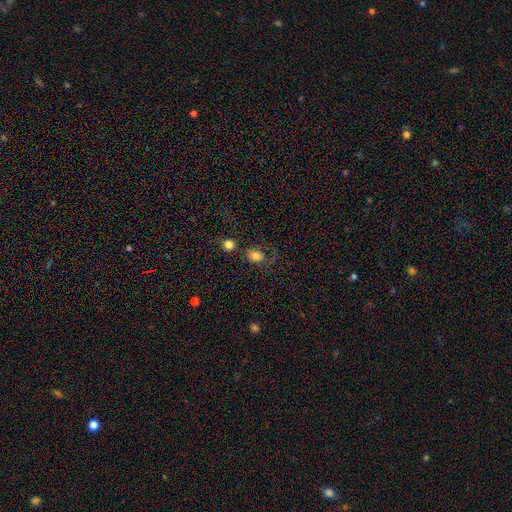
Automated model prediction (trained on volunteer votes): Smooth or featured? Predicted: smooth (p=0.76). How rounded? Predicted: in between (p=0.54). Merging? Predicted: none (p=0.47).